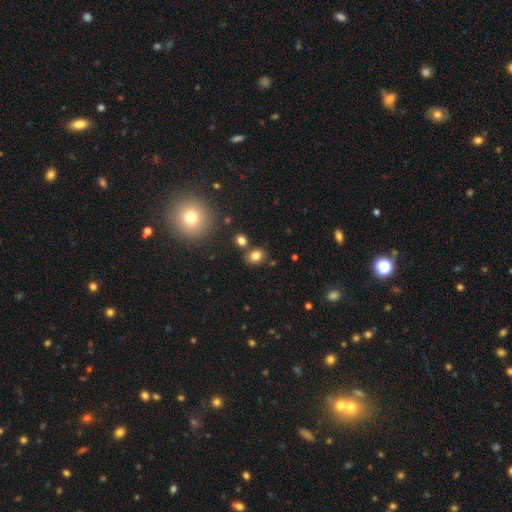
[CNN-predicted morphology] Smooth or featured? Predicted: smooth (p=0.80). How rounded? Predicted: round (p=0.54). Merging? Predicted: none (p=0.76).